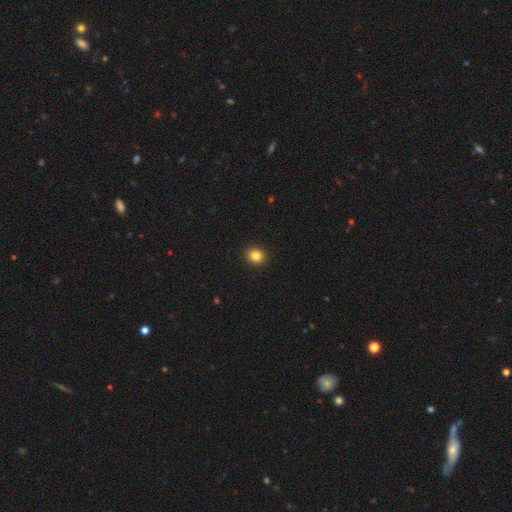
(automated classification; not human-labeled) Q: Smooth or featured?
A: smooth (84%); runner-up: star or artifact (11%)
Q: How rounded?
A: round (71%); runner-up: in between (28%)
Q: Merging?
A: none (92%); runner-up: minor disturbance (5%)